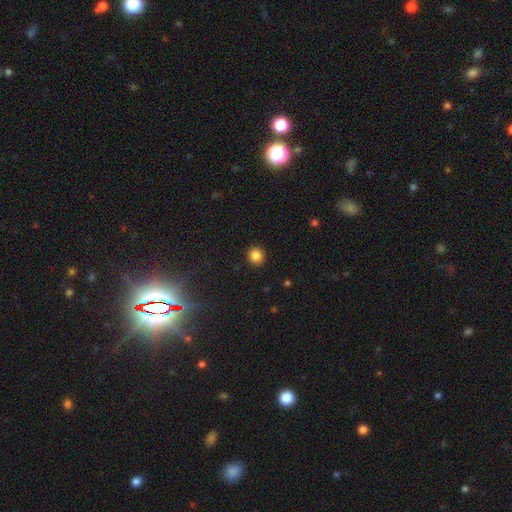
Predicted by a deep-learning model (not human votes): Smooth or featured? Predicted: smooth (p=0.85). How rounded? Predicted: round (p=0.94). Merging? Predicted: none (p=0.93).